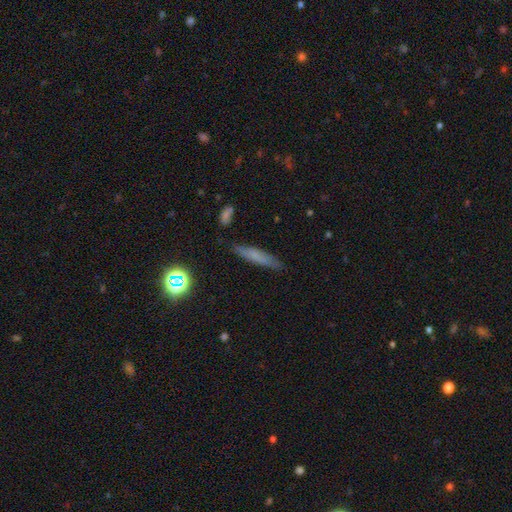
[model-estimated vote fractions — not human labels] This appears to be a smooth galaxy with no disk features (63%) that is cigar-shaped (88%). Merging: none (84%).